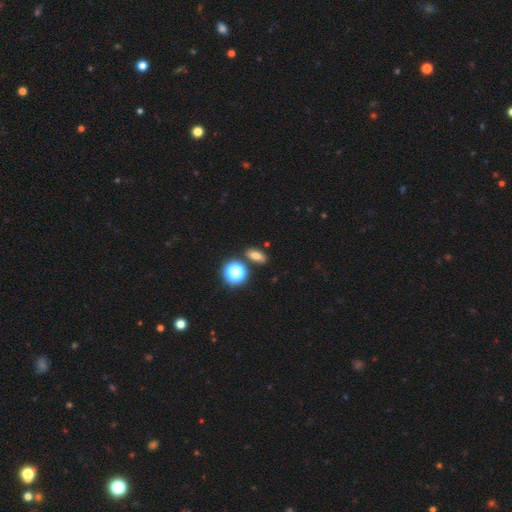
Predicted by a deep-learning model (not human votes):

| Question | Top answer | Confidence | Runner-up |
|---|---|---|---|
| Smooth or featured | smooth | 67% | star or artifact (20%) |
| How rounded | in between | 71% | round (20%) |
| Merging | none | 80% | minor disturbance (11%) |